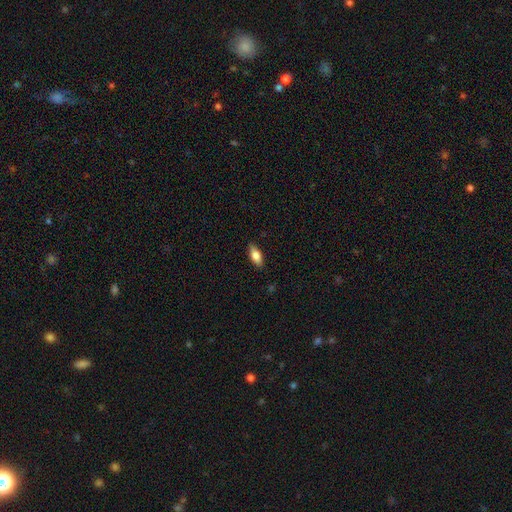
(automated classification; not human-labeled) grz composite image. It shows a smooth galaxy with no disk features (77%) that is in between round and cigar-shaped (80%). Merging: none (87%).